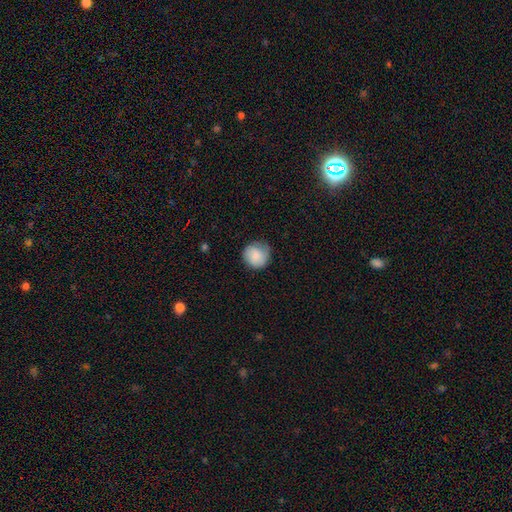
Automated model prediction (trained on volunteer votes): smooth 81%, featured or disk 12%, star or artifact 7%. Down the decision tree: how rounded — round (90%); merging — none (66%).